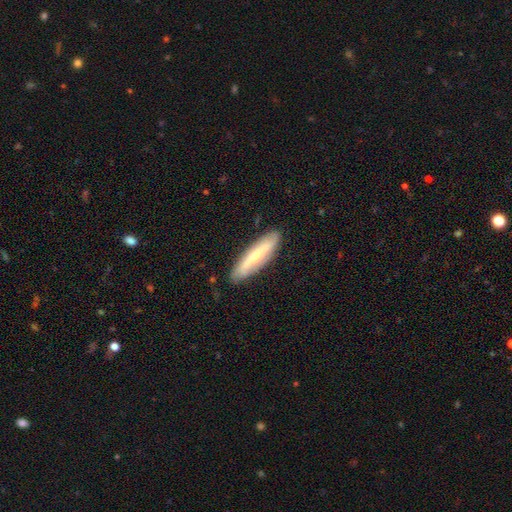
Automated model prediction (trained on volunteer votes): Smooth or featured? Predicted: smooth (p=0.47, tied with featured or disk). Merging? Predicted: none (p=0.85).